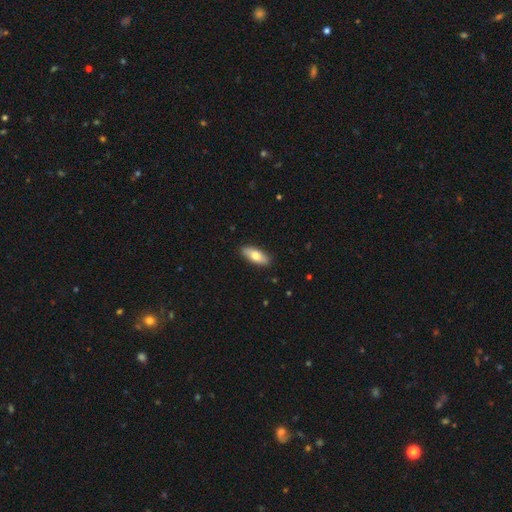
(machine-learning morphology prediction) smooth_or_featured: smooth (p=0.72) [alt: featured or disk p=0.23]
how_rounded: in between (p=0.77) [alt: cigar-shaped p=0.21]
merging: none (p=0.90) [alt: minor disturbance p=0.08]